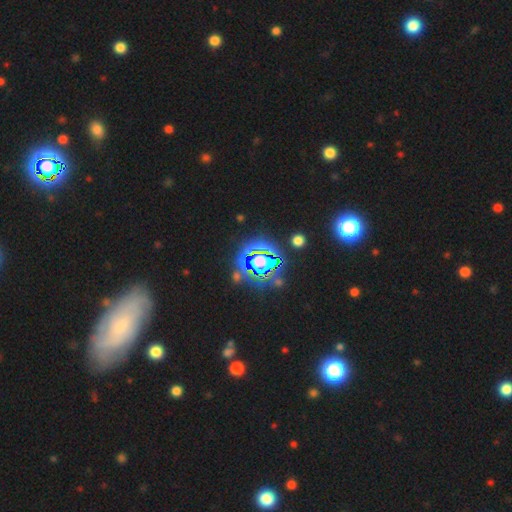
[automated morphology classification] A star or artifact, not a galaxy (74%).